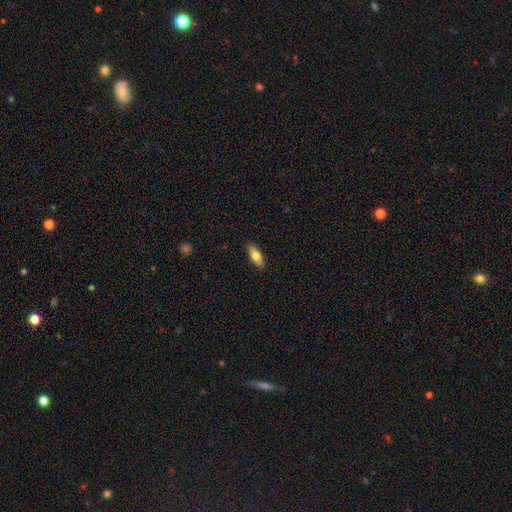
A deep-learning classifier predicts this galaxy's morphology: smooth-or-featured: smooth: 73% | featured or disk: 20% | star or artifact: 6%
  how-rounded: in between: 75% | cigar-shaped: 23% | round: 3%
  merging: none: 89% | minor disturbance: 9% | major disturbance: 2% | merger: 1%